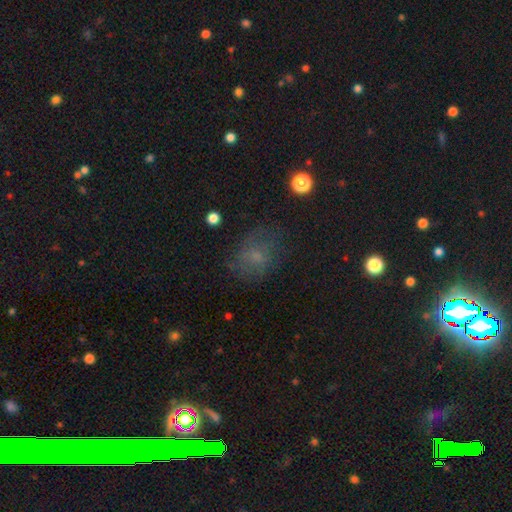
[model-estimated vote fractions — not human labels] A smooth galaxy with no disk features (59%) that is round (51%). Merging: none (65%).